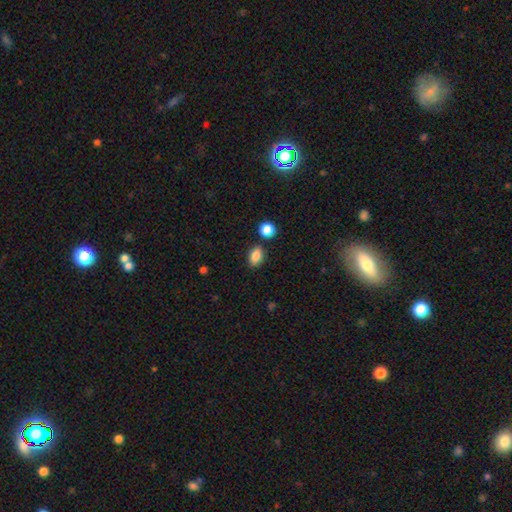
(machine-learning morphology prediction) Smooth or featured: smooth — 86% (star or artifact — 9%)
How rounded: in between — 82% (round — 15%)
Merging: none — 81% (minor disturbance — 10%)